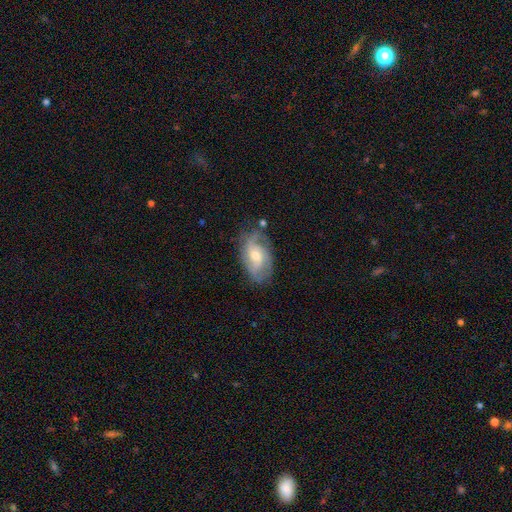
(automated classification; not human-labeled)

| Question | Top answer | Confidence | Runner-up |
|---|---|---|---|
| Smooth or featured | featured or disk | 76% | smooth (18%) |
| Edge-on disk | no | 96% | yes (4%) |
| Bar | no | 52% | weak (42%) |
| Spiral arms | yes | 93% | no (7%) |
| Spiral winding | medium | 45% | tight (35%) |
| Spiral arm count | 2 | 45% | can't tell (22%) |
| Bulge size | moderate | 55% | small (39%) |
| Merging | none | 69% | minor disturbance (21%) |